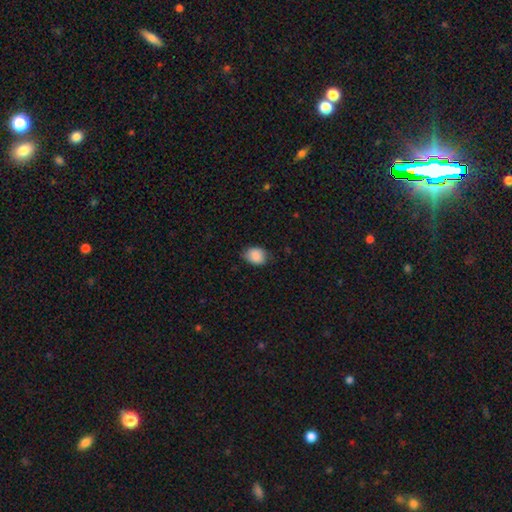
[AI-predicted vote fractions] A smooth galaxy with no disk features (87%) that is in between round and cigar-shaped (64%).

Vote fractions:
- Smooth or featured? smooth: 87% / star or artifact: 7% / featured or disk: 5%
- How rounded? in between: 64% / round: 35% / cigar-shaped: 1%
- Merging? none: 75% / minor disturbance: 21% / major disturbance: 4% / merger: 1%